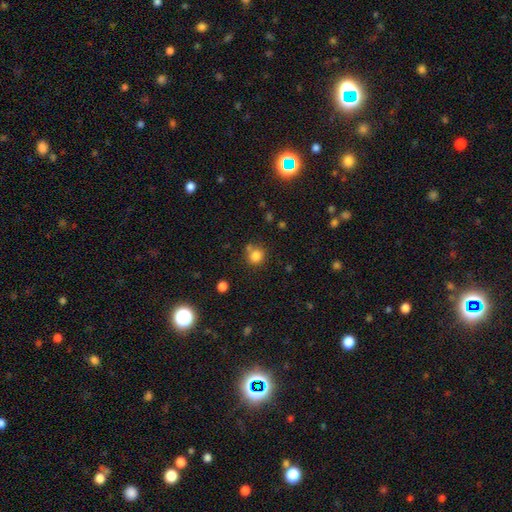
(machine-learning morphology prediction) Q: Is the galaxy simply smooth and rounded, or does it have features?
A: smooth — 82%.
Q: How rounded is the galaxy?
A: round — 84%.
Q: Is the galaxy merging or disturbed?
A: none — 67%.